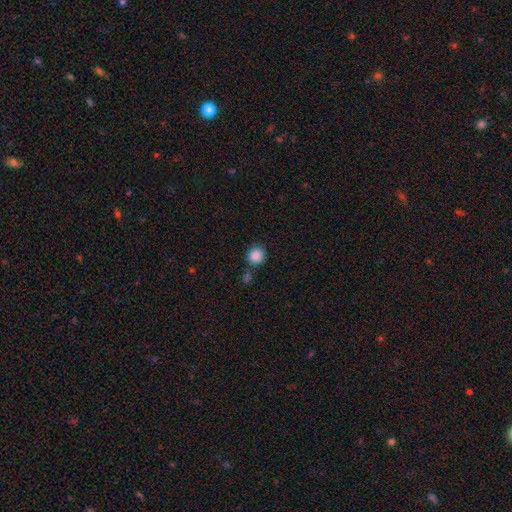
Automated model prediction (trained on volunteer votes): A smooth galaxy with no disk features (87%) that is round (88%). Merging: none (79%).